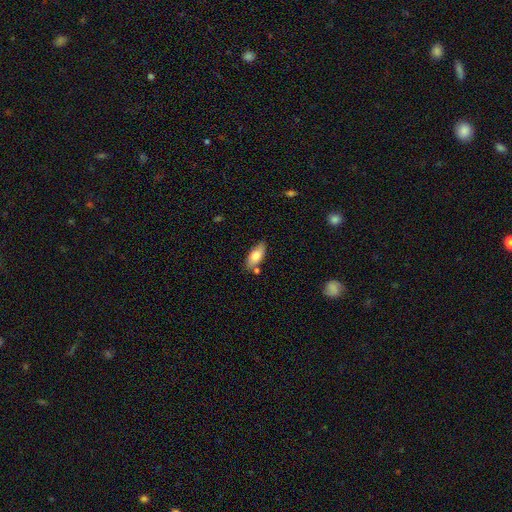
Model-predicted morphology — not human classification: A smooth galaxy with no disk features (72%) that is in between round and cigar-shaped (85%).

Vote fractions:
- Smooth or featured? smooth: 72% / featured or disk: 22% / star or artifact: 6%
- How rounded? in between: 85% / cigar-shaped: 12% / round: 3%
- Merging? none: 75% / minor disturbance: 16% / merger: 7% / major disturbance: 3%